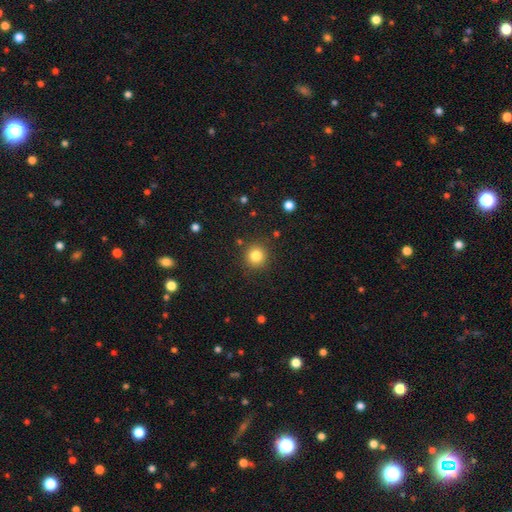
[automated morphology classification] Q: Smooth or featured?
A: smooth (82%); runner-up: star or artifact (12%)
Q: How rounded?
A: round (93%); runner-up: in between (6%)
Q: Merging?
A: none (89%); runner-up: minor disturbance (7%)